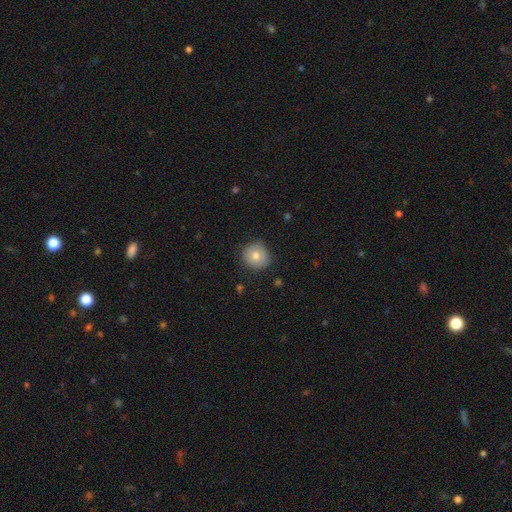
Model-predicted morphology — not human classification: smooth_or_featured: smooth (p=0.76) [alt: featured or disk p=0.14]
how_rounded: round (p=0.91) [alt: in between p=0.08]
merging: none (p=0.84) [alt: minor disturbance p=0.13]